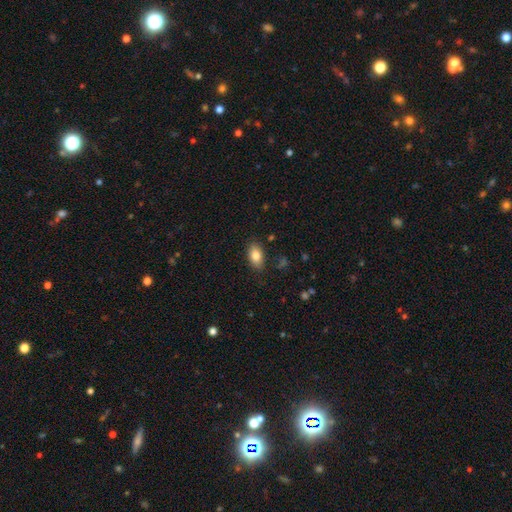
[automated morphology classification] This appears to be a smooth galaxy with no disk features (82%) that is in between round and cigar-shaped (90%). Merging: none (84%).